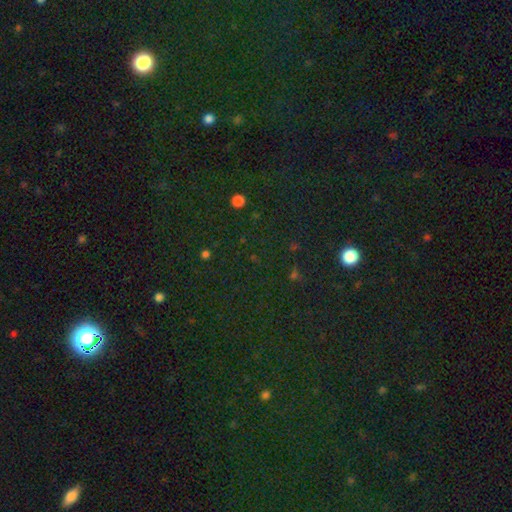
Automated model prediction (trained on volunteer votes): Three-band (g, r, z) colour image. It shows a star or artifact, not a galaxy (77%).